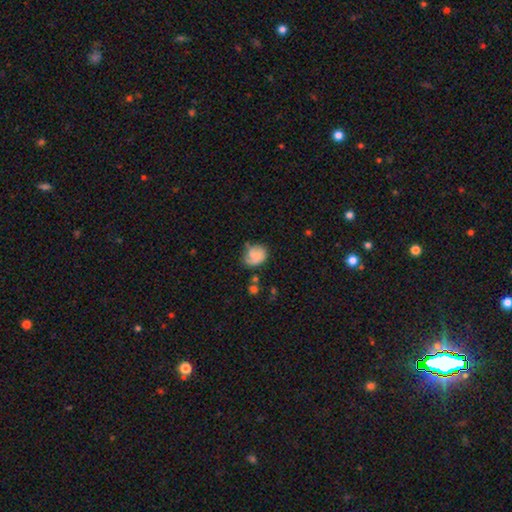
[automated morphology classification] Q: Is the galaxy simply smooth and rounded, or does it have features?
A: smooth — 63%.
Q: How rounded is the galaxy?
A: round — 55%.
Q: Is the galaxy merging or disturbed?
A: none — 48%.